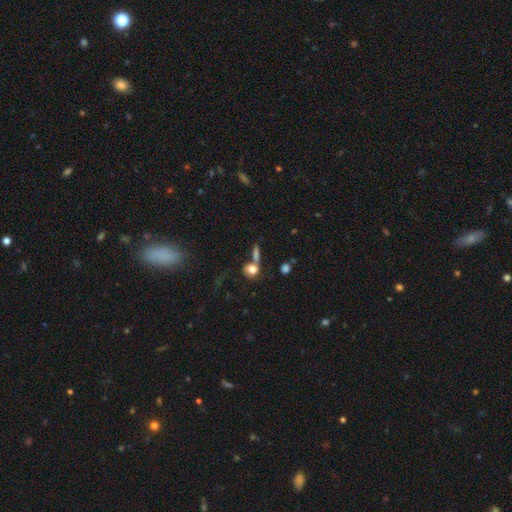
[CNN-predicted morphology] The model was most divided on "how rounded": round: 55%, in between: 34%, cigar-shaped: 10%. More confident: smooth or featured — smooth (60%); merging — none (55%).